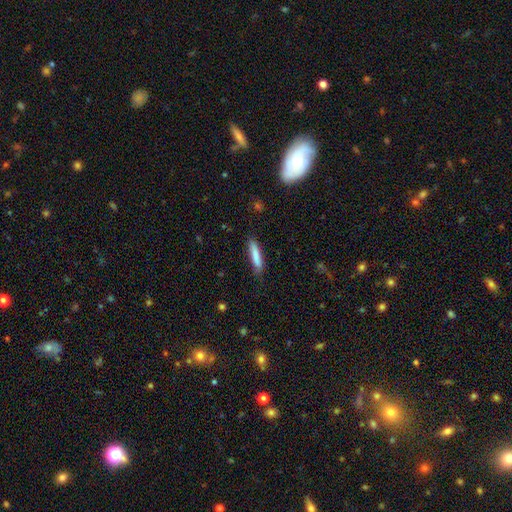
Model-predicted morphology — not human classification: Smooth or featured: smooth — 82% (featured or disk — 12%)
How rounded: cigar-shaped — 87% (in between — 12%)
Merging: none — 81% (minor disturbance — 14%)